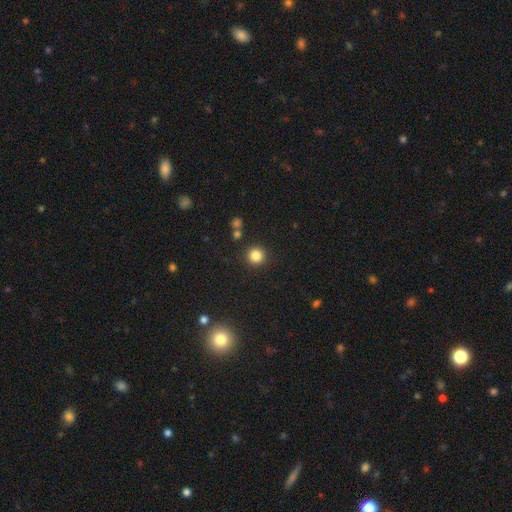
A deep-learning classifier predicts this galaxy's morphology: The model was most divided on "smooth or featured": smooth: 84%, star or artifact: 12%, featured or disk: 4%. More confident: how rounded — round (94%); merging — none (88%).